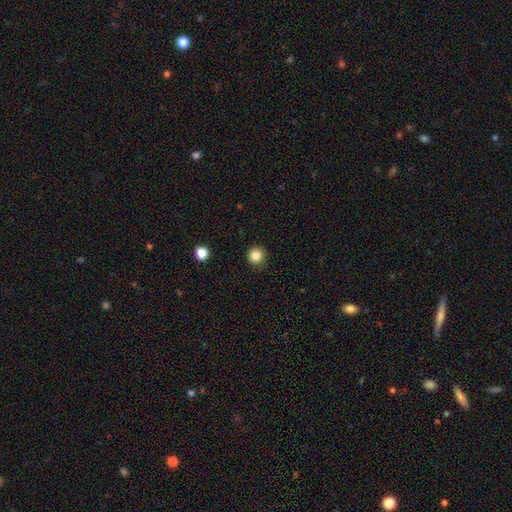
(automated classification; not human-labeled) The model was most divided on "smooth or featured": smooth: 85%, star or artifact: 11%, featured or disk: 4%. More confident: how rounded — round (95%); merging — none (90%).